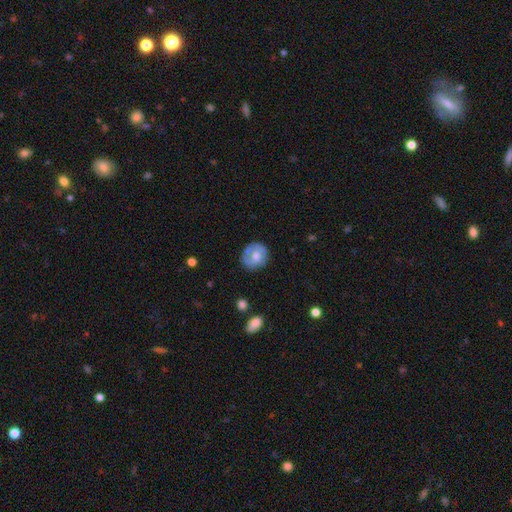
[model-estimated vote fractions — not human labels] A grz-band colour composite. It shows a smooth galaxy with no disk features (51%) that is round (77%). Merging: none (67%).